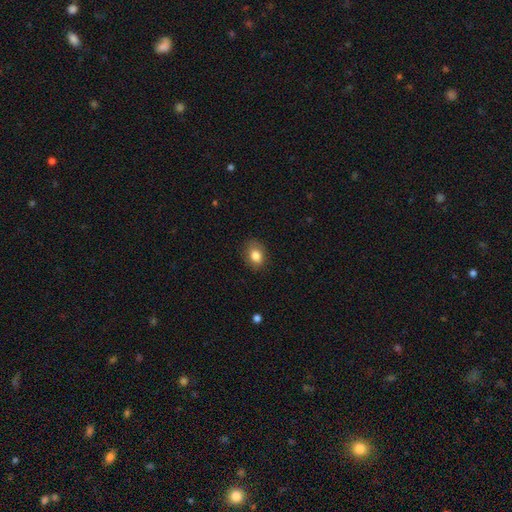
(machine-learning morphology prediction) Smooth or featured: smooth — 83% (star or artifact — 9%)
How rounded: in between — 63% (round — 36%)
Merging: none — 82% (minor disturbance — 14%)